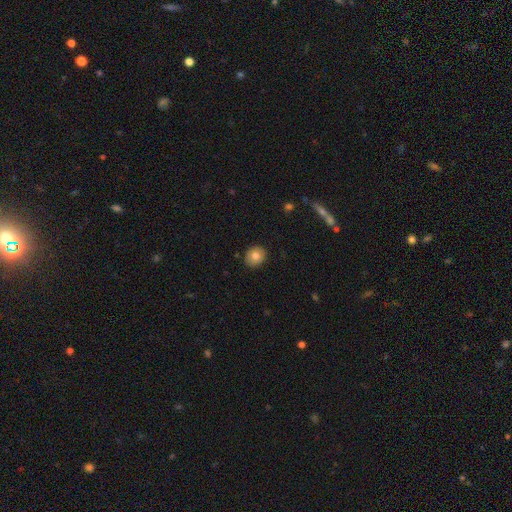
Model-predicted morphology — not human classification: Q: Smooth or featured?
A: smooth (79%); runner-up: featured or disk (12%)
Q: How rounded?
A: round (77%); runner-up: in between (22%)
Q: Merging?
A: none (89%); runner-up: minor disturbance (8%)